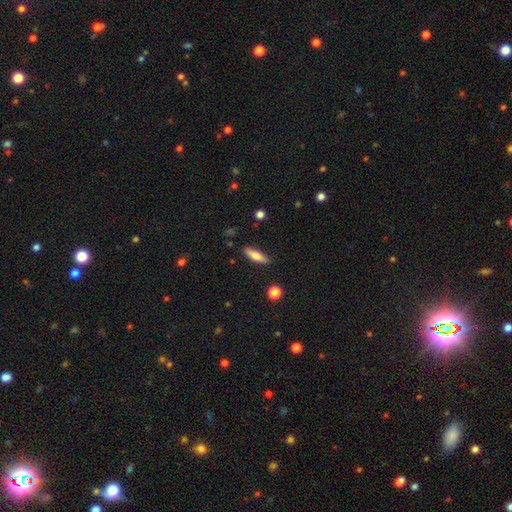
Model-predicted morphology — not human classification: Smooth or featured? Predicted: smooth (p=0.68). How rounded? Predicted: cigar-shaped (p=0.64). Merging? Predicted: none (p=0.86).